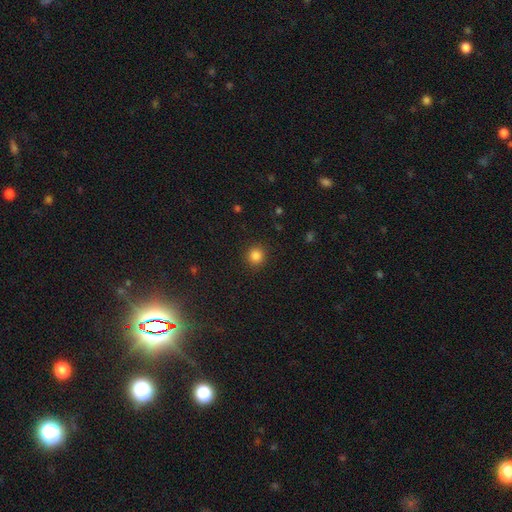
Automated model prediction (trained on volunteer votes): A smooth galaxy with no disk features (85%) that is round (92%). Merging: none (91%).